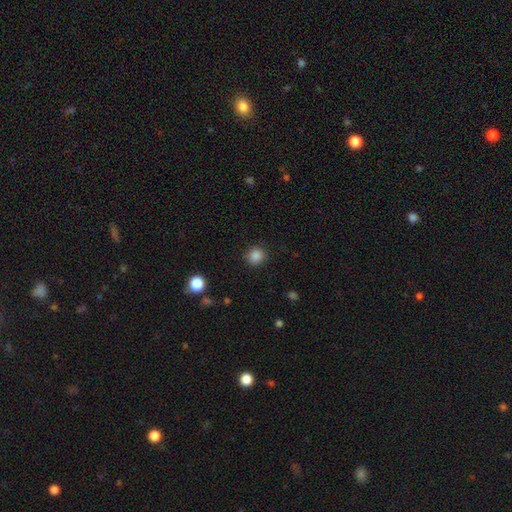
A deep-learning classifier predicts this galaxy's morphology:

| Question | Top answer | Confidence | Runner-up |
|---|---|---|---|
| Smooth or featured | smooth | 86% | star or artifact (11%) |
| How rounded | round | 89% | in between (10%) |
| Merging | none | 90% | minor disturbance (6%) |